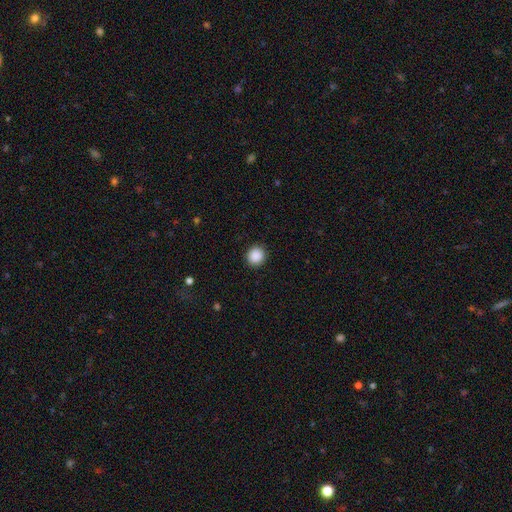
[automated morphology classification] Smooth or featured: smooth — 89% (star or artifact — 9%)
How rounded: round — 89% (in between — 10%)
Merging: none — 92% (minor disturbance — 6%)